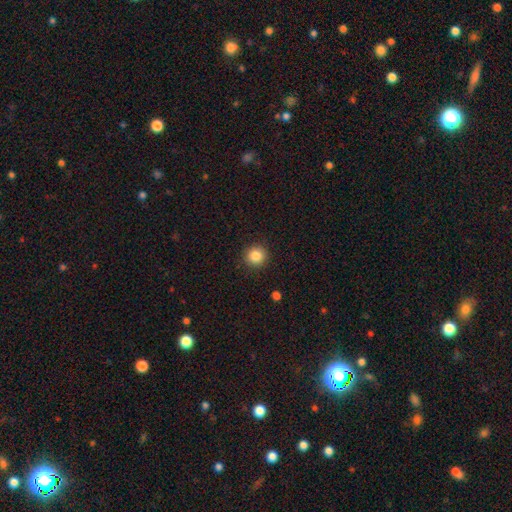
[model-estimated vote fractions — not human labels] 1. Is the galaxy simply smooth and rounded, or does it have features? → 84% smooth, 10% star or artifact, 5% featured or disk.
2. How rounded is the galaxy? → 93% round, 6% in between, 1% cigar-shaped.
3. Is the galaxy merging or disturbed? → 91% none, 6% minor disturbance, 2% major disturbance, 1% merger.